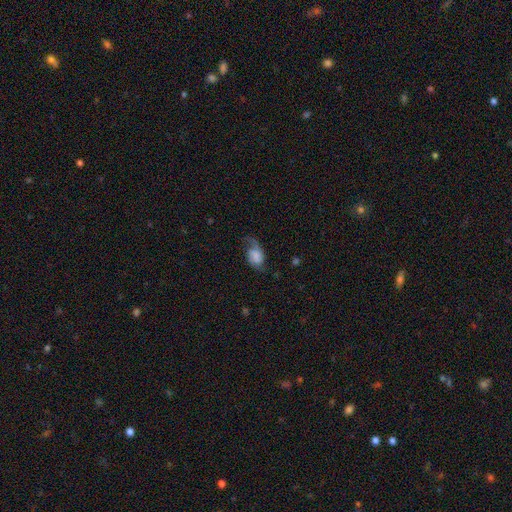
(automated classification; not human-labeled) The model was most divided on "smooth or featured": featured or disk: 48%, smooth: 43%, star or artifact: 9%. Remaining: merging — none (38%).